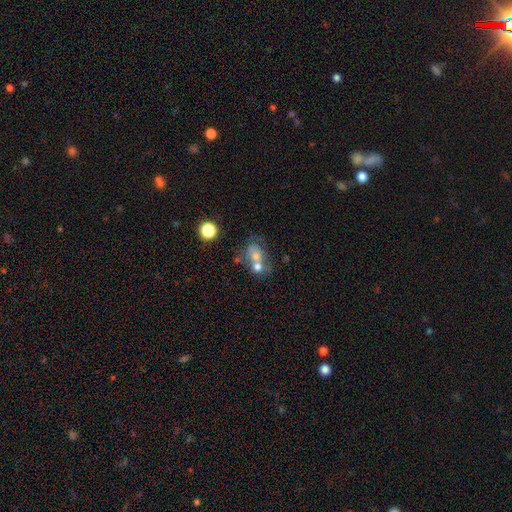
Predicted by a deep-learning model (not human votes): smooth 48%, featured or disk 36%, star or artifact 16%. Down the decision tree: merging — merger (50%).